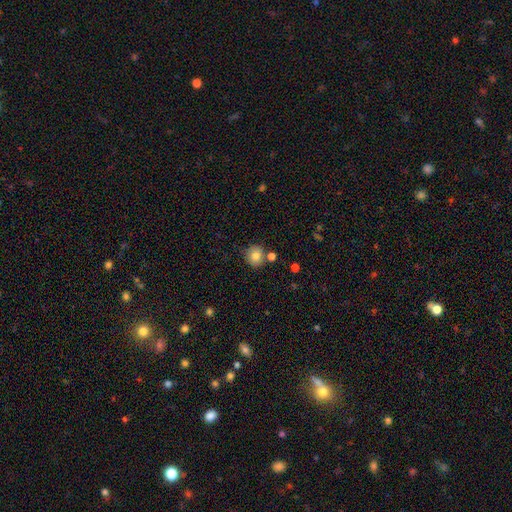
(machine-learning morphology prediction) The model was most divided on "merging": none: 74%, merger: 12%, minor disturbance: 11%, major disturbance: 3%. More confident: how rounded — round (89%); smooth or featured — smooth (80%).